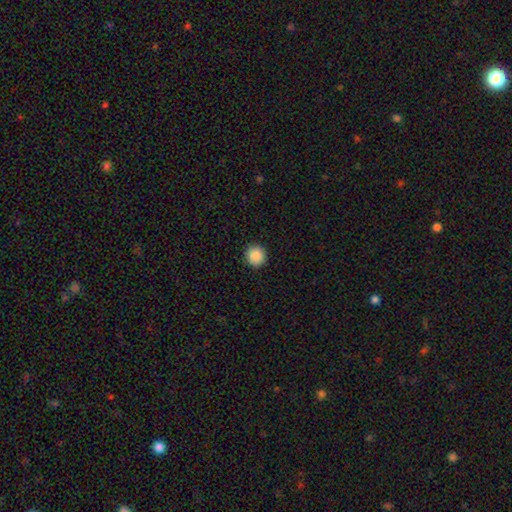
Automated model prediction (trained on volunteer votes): Smooth or featured? smooth (88%)
How rounded? round (94%)
Merging? none (92%)